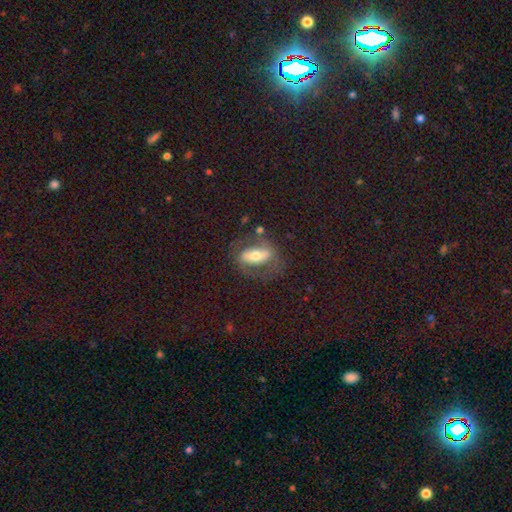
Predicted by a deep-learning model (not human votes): The model was most divided on "smooth or featured": featured or disk: 48%, smooth: 41%, star or artifact: 11%. More confident: merging — none (62%).